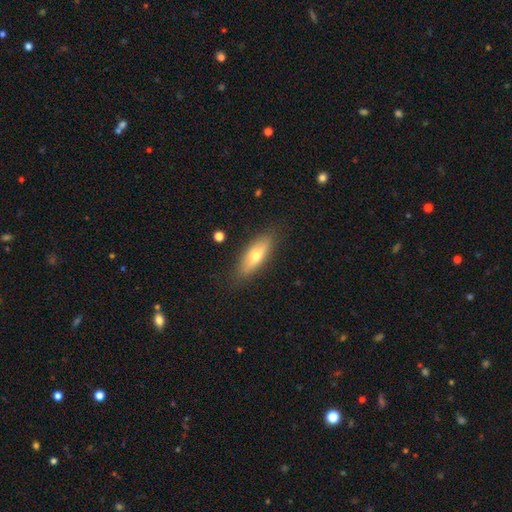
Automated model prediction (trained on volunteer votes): Q: Smooth or featured?
A: smooth (55%); runner-up: featured or disk (38%)
Q: How rounded?
A: in between (51%); runner-up: cigar-shaped (47%)
Q: Merging?
A: none (86%); runner-up: minor disturbance (11%)